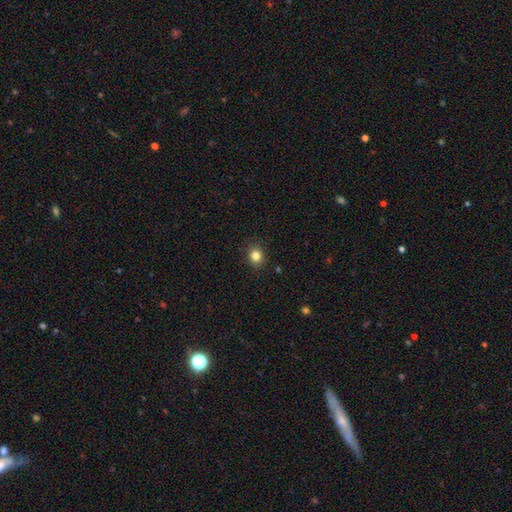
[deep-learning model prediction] A smooth galaxy with no disk features (83%) that is round (81%).

Vote fractions:
- Smooth or featured? smooth: 83% / star or artifact: 12% / featured or disk: 5%
- How rounded? round: 81% / in between: 19% / cigar-shaped: 1%
- Merging? none: 90% / minor disturbance: 7% / major disturbance: 2% / merger: 1%